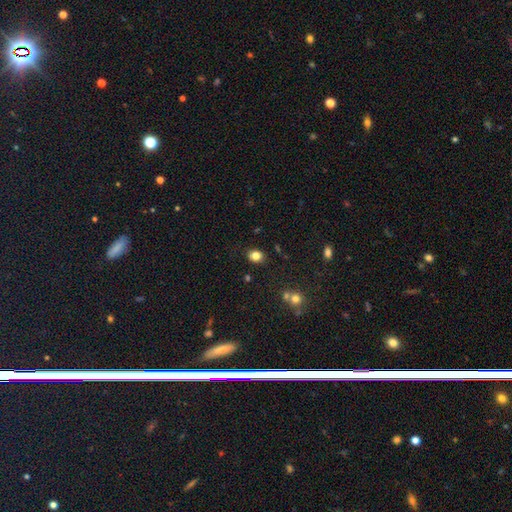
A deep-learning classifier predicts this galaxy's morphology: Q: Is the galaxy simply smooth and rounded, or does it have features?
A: smooth — 82%.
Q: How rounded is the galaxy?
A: round — 56%.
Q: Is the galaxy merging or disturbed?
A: none — 86%.